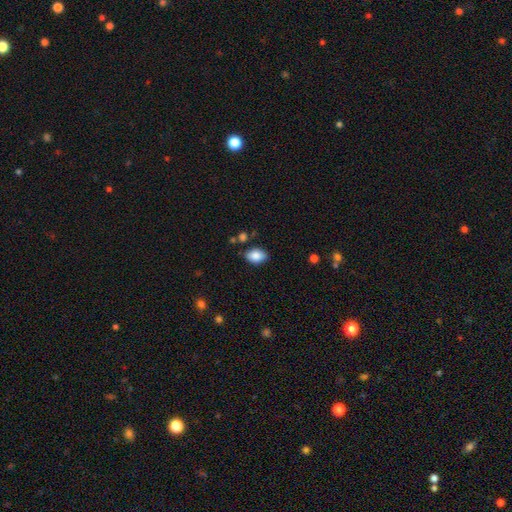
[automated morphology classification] Overall: smooth (86%). How rounded: in between (86%). Merging: none (80%).